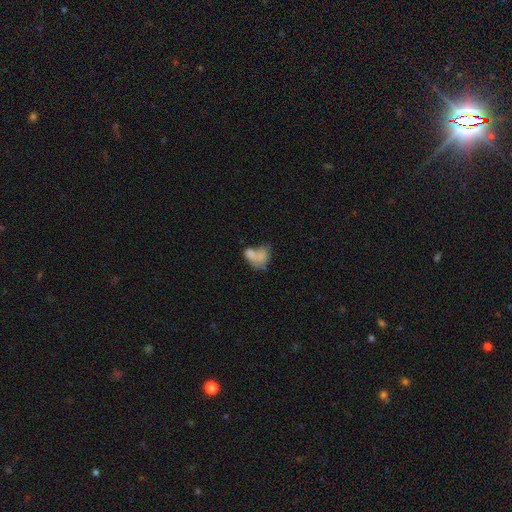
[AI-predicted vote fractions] A smooth galaxy with no disk features (68%) that is in between round and cigar-shaped (78%).

Vote fractions:
- Smooth or featured? smooth: 68% / featured or disk: 22% / star or artifact: 10%
- How rounded? in between: 78% / round: 21% / cigar-shaped: 2%
- Merging? merger: 49% / major disturbance: 20% / none: 19% / minor disturbance: 13%